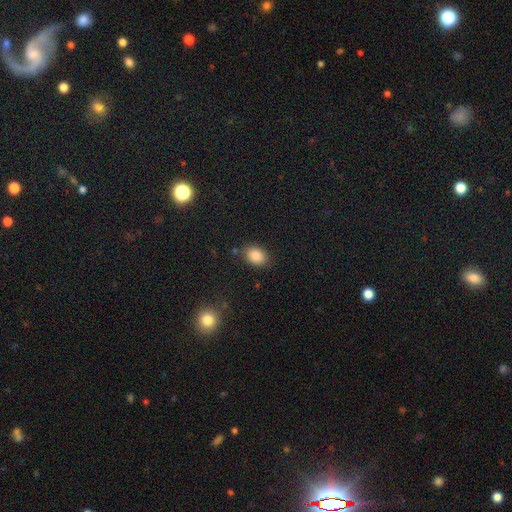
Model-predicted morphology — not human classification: Smooth or featured? Predicted: smooth (p=0.86). How rounded? Predicted: in between (p=0.74). Merging? Predicted: none (p=0.80).